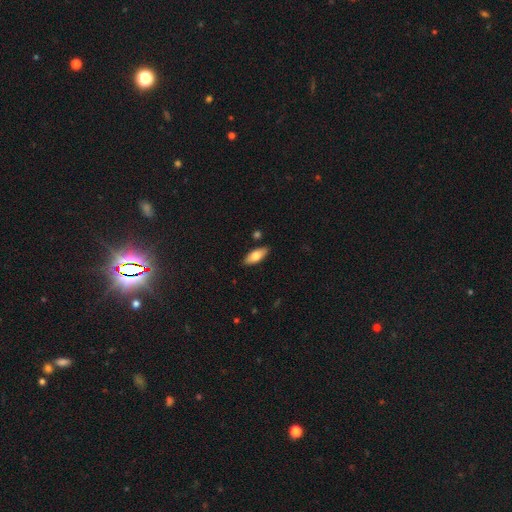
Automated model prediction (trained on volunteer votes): Q: Smooth or featured?
A: smooth (73%); runner-up: featured or disk (21%)
Q: How rounded?
A: in between (79%); runner-up: cigar-shaped (19%)
Q: Merging?
A: none (86%); runner-up: minor disturbance (10%)